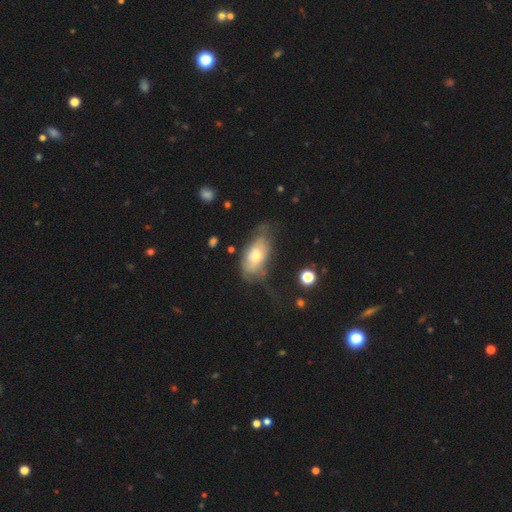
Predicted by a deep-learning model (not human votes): Overall: smooth (57%; featured or disk 35%). How rounded: in between (90%). Merging: none (40%; minor disturbance 33%).